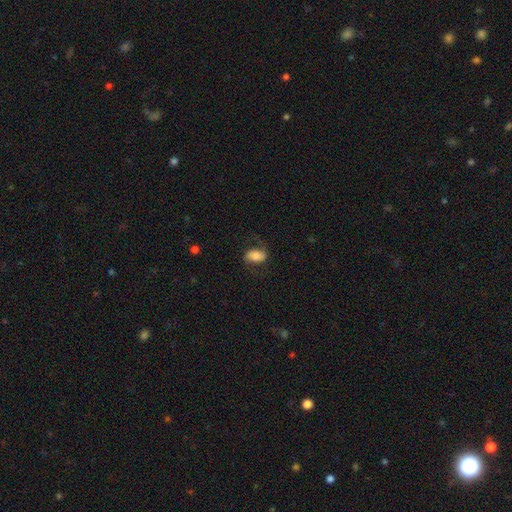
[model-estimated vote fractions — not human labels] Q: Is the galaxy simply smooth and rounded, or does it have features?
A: featured or disk — 47%.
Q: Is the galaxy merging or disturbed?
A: none — 65%.